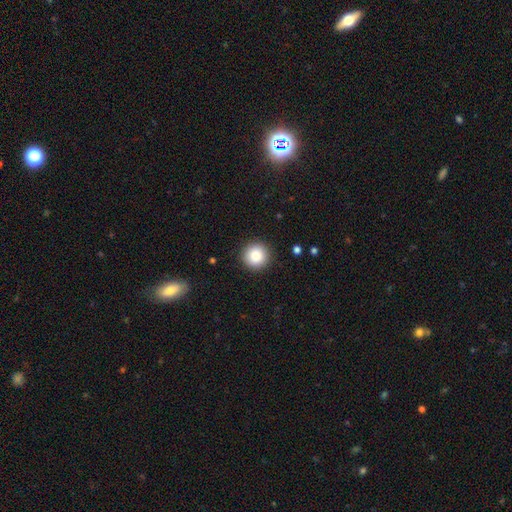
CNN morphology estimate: Smooth or featured?
  - smooth: 86% *
  - star or artifact: 9%
  - featured or disk: 5%
How rounded?
  - round: 96% *
  - in between: 3%
  - cigar-shaped: 1%
Merging?
  - none: 92% *
  - minor disturbance: 5%
  - major disturbance: 2%
  - merger: 1%